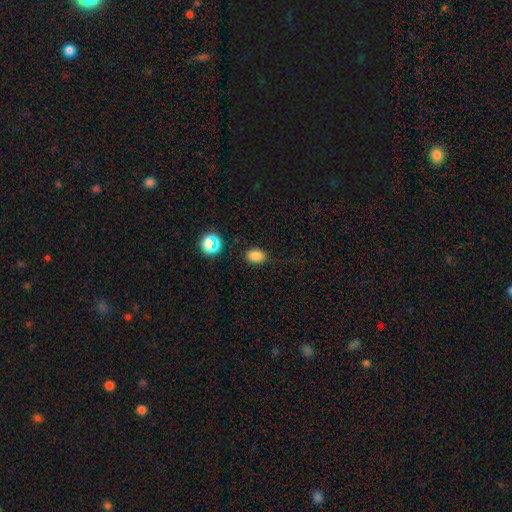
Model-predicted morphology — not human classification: This appears to be a smooth galaxy with no disk features (81%) that is in between round and cigar-shaped (77%). Merging: none (86%).